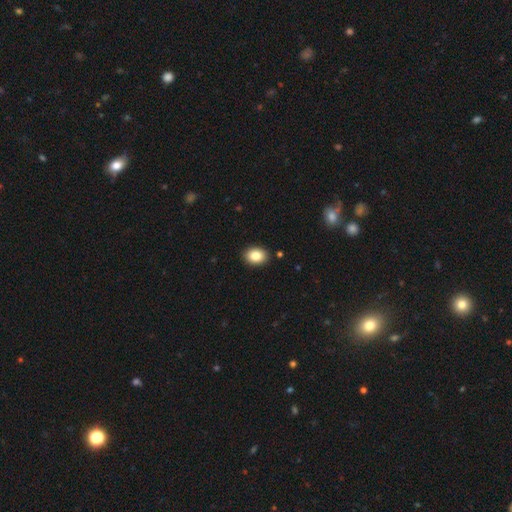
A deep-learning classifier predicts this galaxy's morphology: Smooth or featured: smooth — 86% (star or artifact — 8%)
How rounded: in between — 69% (round — 30%)
Merging: none — 90% (minor disturbance — 7%)